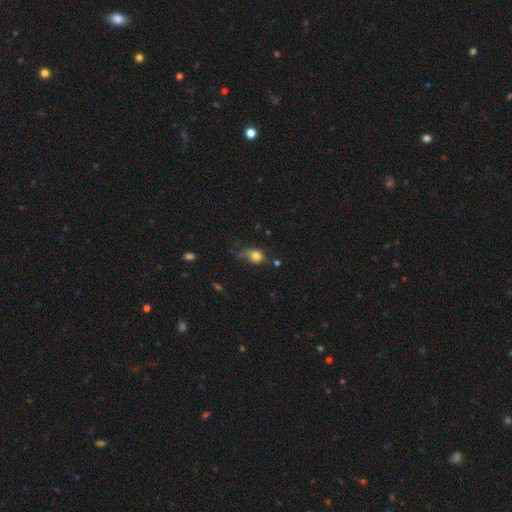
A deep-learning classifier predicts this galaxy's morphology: smooth 78%, featured or disk 12%, star or artifact 10%. Down the decision tree: how rounded — in between (56%); merging — minor disturbance (36%).